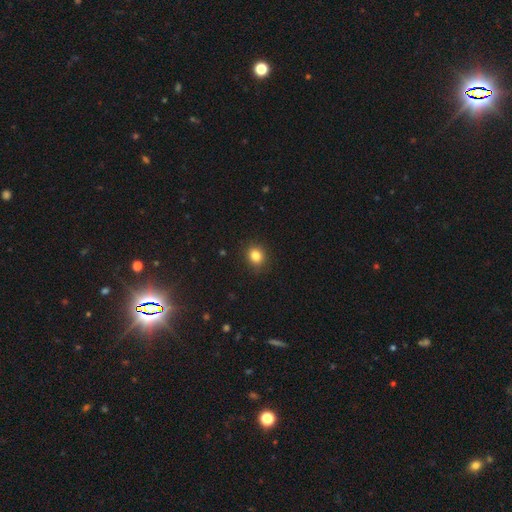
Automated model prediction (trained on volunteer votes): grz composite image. It shows a smooth galaxy with no disk features (83%) that is round (74%). Merging: none (88%).